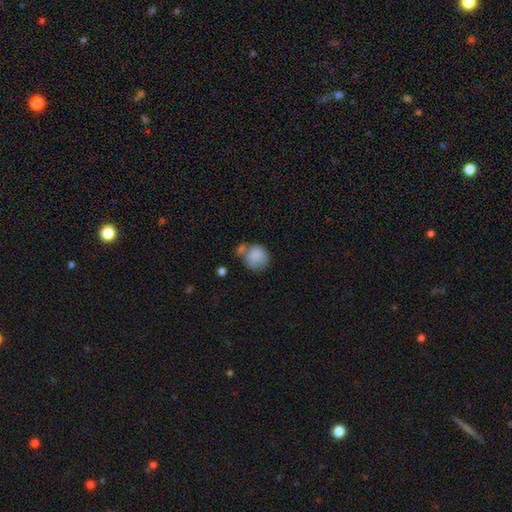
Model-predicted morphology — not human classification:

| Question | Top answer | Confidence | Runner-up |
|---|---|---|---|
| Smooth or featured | smooth | 82% | featured or disk (10%) |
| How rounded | round | 82% | in between (18%) |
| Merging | none | 48% | merger (22%) |